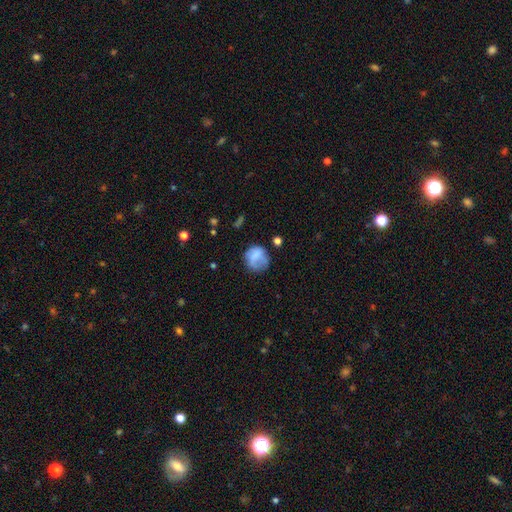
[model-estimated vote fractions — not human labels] smooth 72%, featured or disk 19%, star or artifact 9%. Down the decision tree: how rounded — round (83%); merging — none (55%).